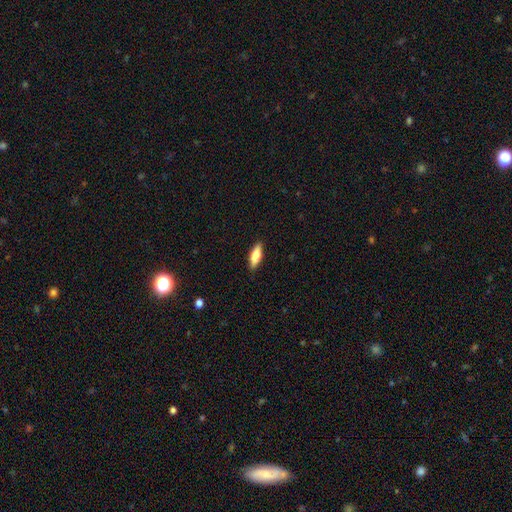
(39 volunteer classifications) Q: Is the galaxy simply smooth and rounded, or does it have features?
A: smooth — 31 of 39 (79%).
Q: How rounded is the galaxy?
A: cigar-shaped — 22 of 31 (71%).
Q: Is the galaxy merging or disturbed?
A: none — 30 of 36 (83%).